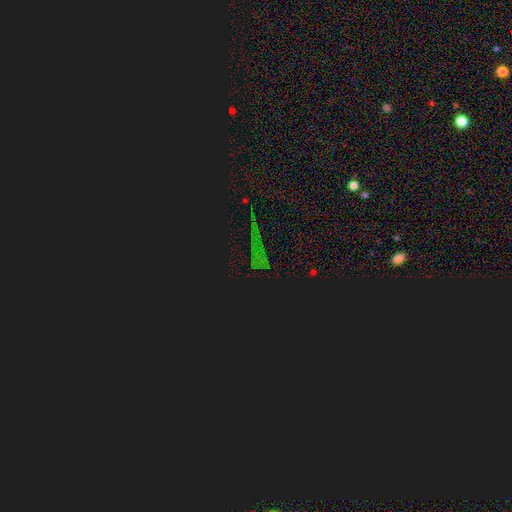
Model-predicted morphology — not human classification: type=star or artifact (82%).